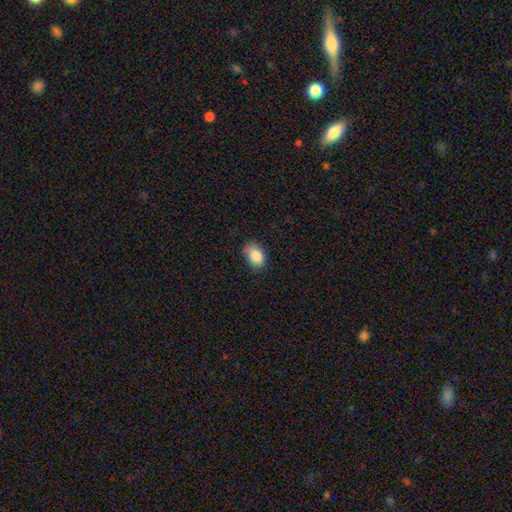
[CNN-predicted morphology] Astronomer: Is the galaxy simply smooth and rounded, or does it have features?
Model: smooth — 88%.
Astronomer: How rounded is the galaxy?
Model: in between — 83%.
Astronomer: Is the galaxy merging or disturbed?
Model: none — 74%.